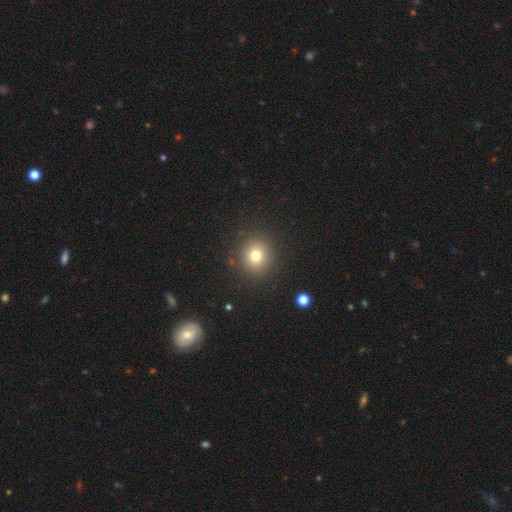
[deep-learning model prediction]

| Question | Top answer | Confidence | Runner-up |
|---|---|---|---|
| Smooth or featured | smooth | 76% | star or artifact (15%) |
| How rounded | round | 89% | in between (10%) |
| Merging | none | 89% | minor disturbance (6%) |